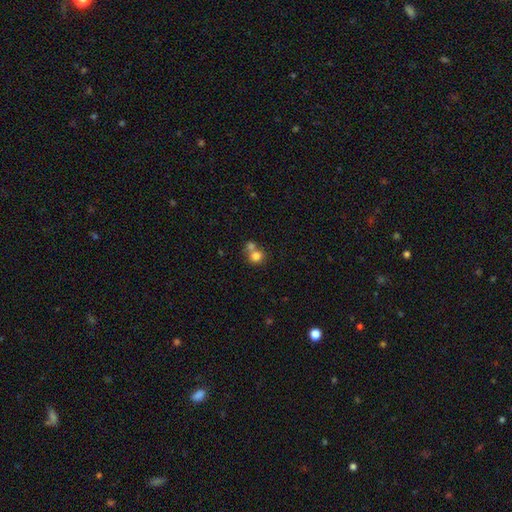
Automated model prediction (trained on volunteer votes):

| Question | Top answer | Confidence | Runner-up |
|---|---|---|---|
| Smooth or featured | smooth | 78% | featured or disk (11%) |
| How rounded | round | 82% | in between (17%) |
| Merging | merger | 50% | none (40%) |